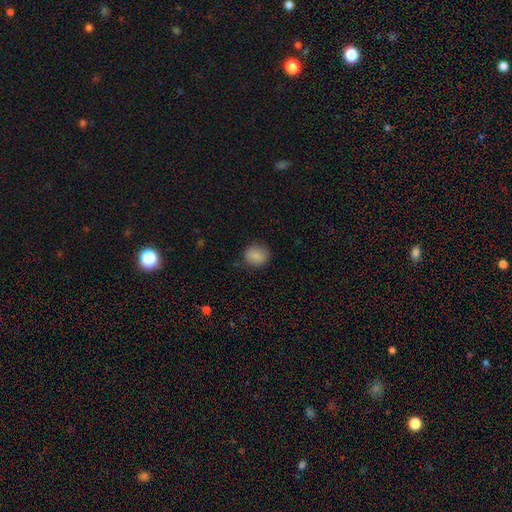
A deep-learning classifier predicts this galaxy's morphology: This is clearly a smooth galaxy (87%). How rounded: likely round (74%). Merging: clearly none (80%).